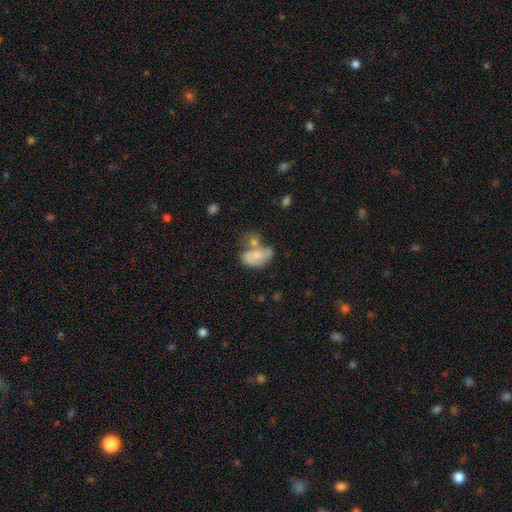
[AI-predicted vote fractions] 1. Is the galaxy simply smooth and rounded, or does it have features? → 46% featured or disk, 44% smooth, 9% star or artifact.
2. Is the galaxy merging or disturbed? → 39% merger, 26% none, 19% minor disturbance, 16% major disturbance.